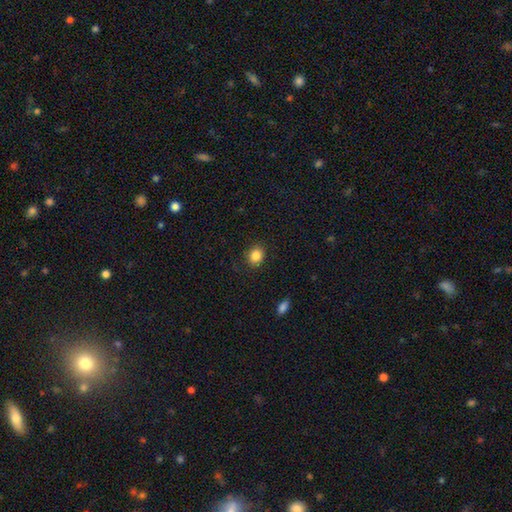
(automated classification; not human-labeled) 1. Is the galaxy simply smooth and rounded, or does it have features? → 85% smooth, 10% star or artifact, 5% featured or disk.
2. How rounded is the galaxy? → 61% round, 38% in between, 1% cigar-shaped.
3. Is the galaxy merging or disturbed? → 87% none, 9% minor disturbance, 3% major disturbance, 1% merger.